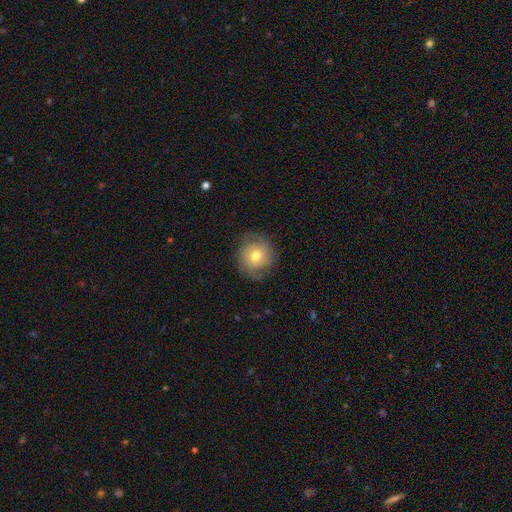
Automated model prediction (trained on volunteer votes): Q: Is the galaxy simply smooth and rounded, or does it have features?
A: featured or disk — 48%.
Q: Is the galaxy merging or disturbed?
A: none — 74%.